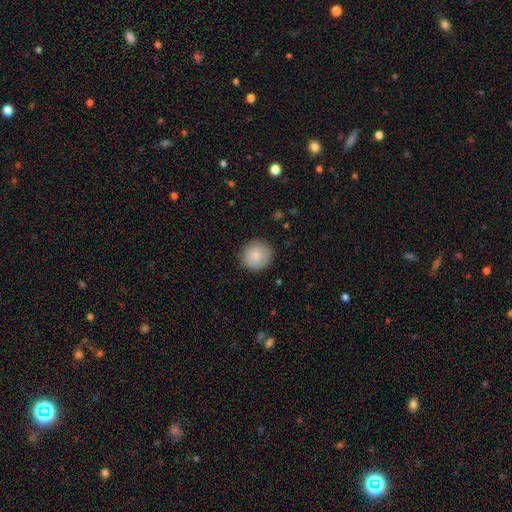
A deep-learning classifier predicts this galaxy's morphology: type=smooth (84%); roundness=round (89%); merging=none (86%).